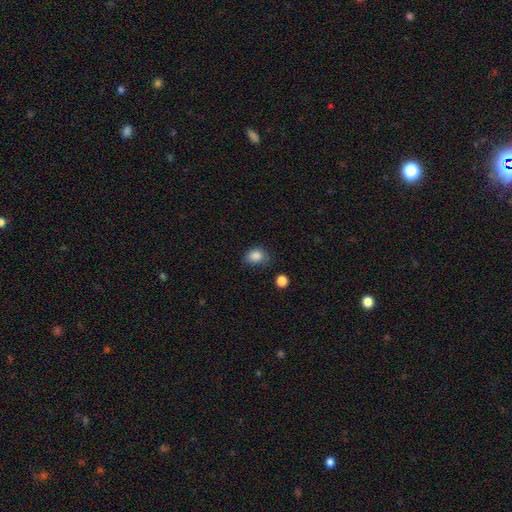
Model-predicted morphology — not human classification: This is clearly a smooth galaxy (86%). How rounded: possibly in between (51%). Merging: likely none (65%).